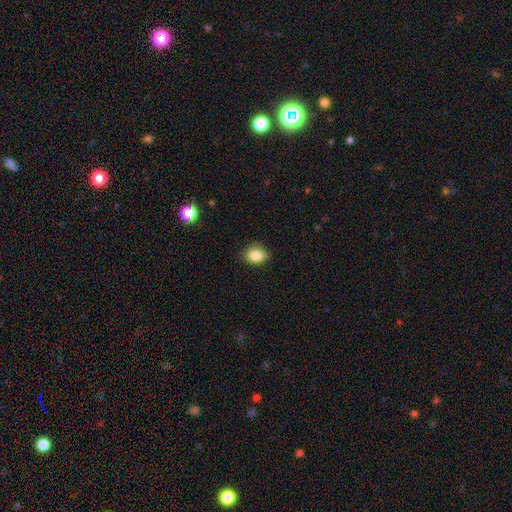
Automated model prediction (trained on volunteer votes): This appears to be a smooth galaxy with no disk features (85%) that is in between round and cigar-shaped (56%). Merging: none (70%).